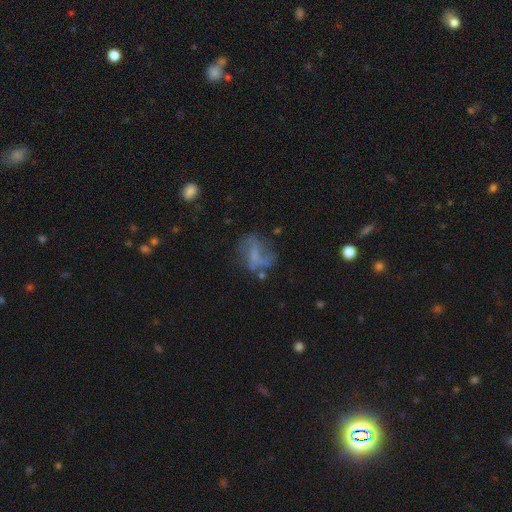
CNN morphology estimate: Smooth or featured? featured or disk (47%)
Merging? none (44%)